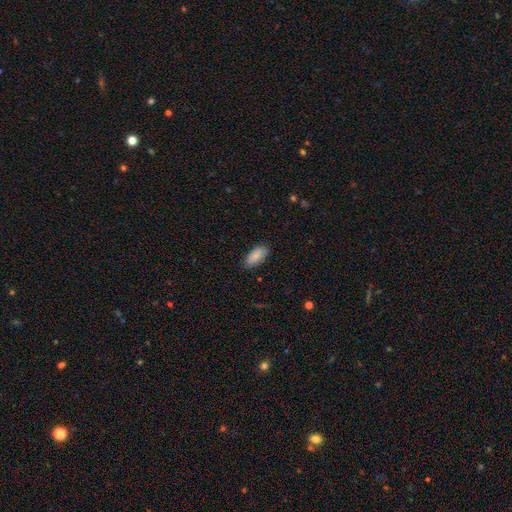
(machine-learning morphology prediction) A smooth galaxy with no disk features (85%) that is in between round and cigar-shaped (90%). Merging: none (80%).